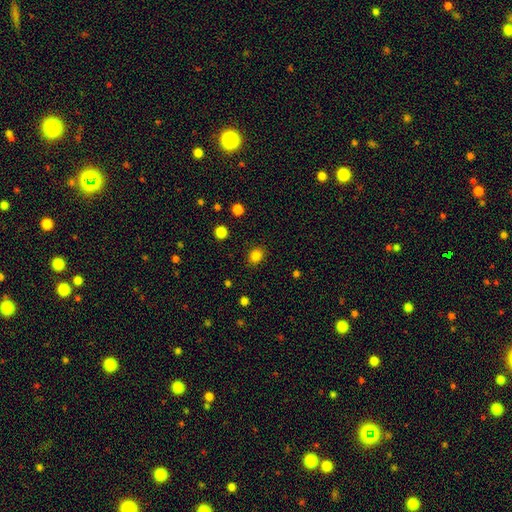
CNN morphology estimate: Smooth or featured? Predicted: smooth (p=0.83). How rounded? Predicted: round (p=0.57). Merging? Predicted: none (p=0.87).